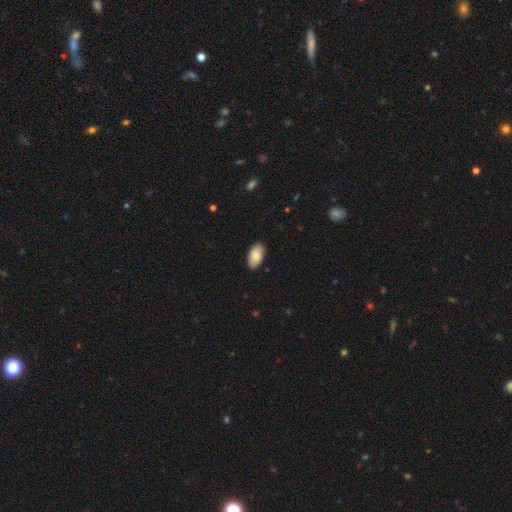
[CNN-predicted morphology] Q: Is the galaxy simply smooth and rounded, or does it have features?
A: smooth — 85%.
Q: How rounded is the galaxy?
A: in between — 96%.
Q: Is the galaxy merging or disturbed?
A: none — 88%.